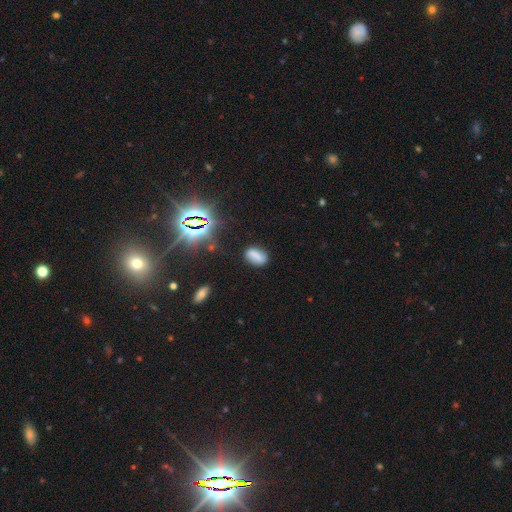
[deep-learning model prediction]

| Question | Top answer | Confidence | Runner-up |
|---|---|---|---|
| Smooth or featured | smooth | 68% | star or artifact (18%) |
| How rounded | in between | 85% | round (10%) |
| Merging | none | 78% | minor disturbance (14%) |